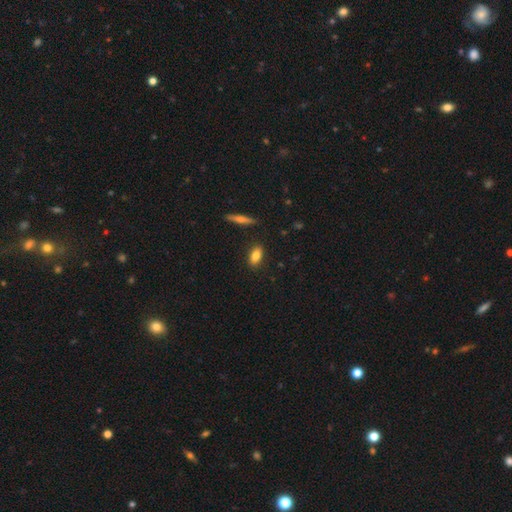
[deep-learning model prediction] Smooth or featured? Predicted: smooth (p=0.80). How rounded? Predicted: in between (p=0.83). Merging? Predicted: none (p=0.87).